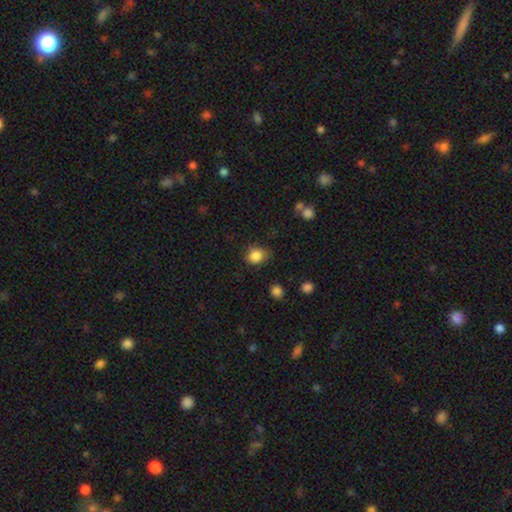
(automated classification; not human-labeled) Q: Smooth or featured?
A: smooth (85%); runner-up: star or artifact (10%)
Q: How rounded?
A: round (58%); runner-up: in between (41%)
Q: Merging?
A: none (68%); runner-up: minor disturbance (25%)